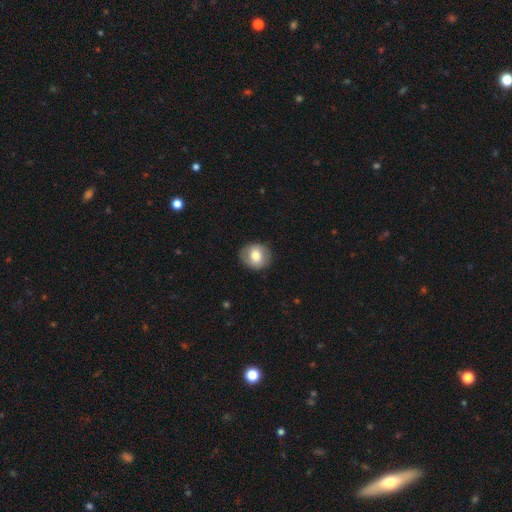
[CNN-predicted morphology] This is likely a smooth galaxy (71%). How rounded: likely round (80%). Merging: clearly none (86%).